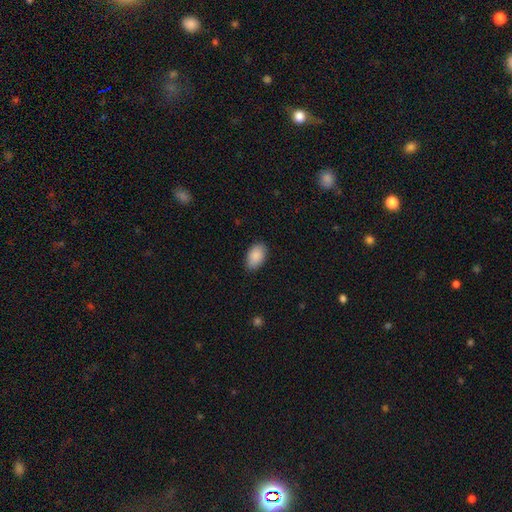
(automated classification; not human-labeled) smooth_or_featured: smooth (p=0.90) [alt: star or artifact p=0.06]
how_rounded: in between (p=0.92) [alt: round p=0.06]
merging: none (p=0.84) [alt: minor disturbance p=0.12]